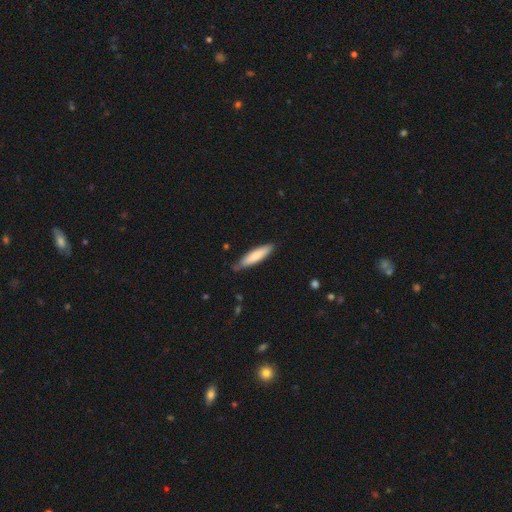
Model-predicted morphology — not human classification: The model was most divided on "how rounded": cigar-shaped: 75%, in between: 24%, round: 1%. More confident: merging — none (78%); smooth or featured — smooth (78%).